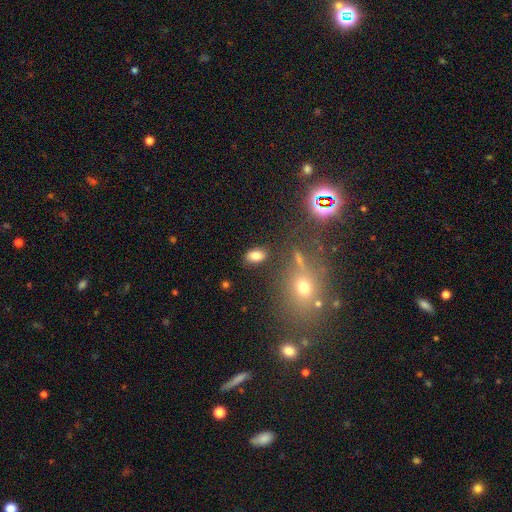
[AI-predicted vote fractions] Q: Smooth or featured?
A: smooth (81%); runner-up: star or artifact (12%)
Q: How rounded?
A: in between (89%); runner-up: round (8%)
Q: Merging?
A: none (83%); runner-up: minor disturbance (10%)